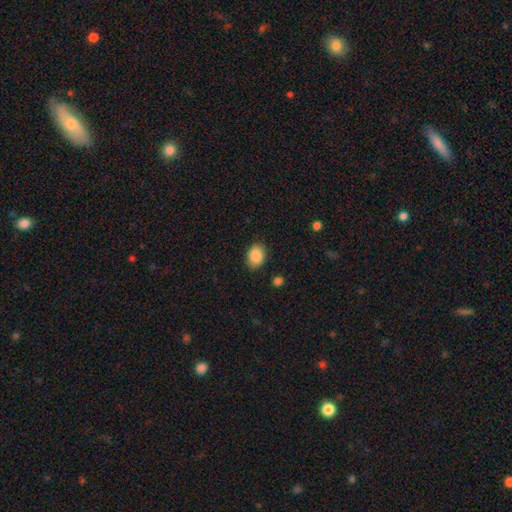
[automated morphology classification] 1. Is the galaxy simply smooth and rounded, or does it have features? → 88% smooth, 8% star or artifact, 4% featured or disk.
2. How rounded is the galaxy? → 68% in between, 31% round, 1% cigar-shaped.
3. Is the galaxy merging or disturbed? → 85% none, 11% minor disturbance, 3% major disturbance, 1% merger.